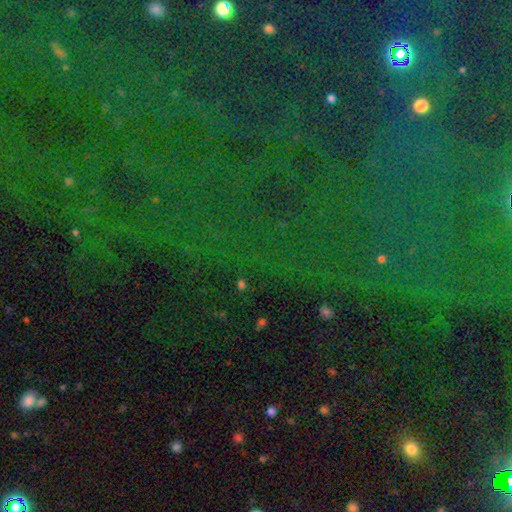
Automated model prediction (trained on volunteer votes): A star or artifact, not a galaxy (83%).